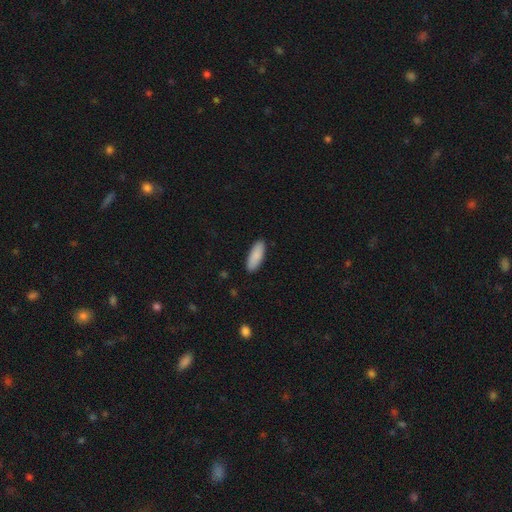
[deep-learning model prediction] The model was most divided on "how rounded": in between: 67%, cigar-shaped: 31%, round: 2%. More confident: smooth or featured — smooth (90%); merging — none (89%).